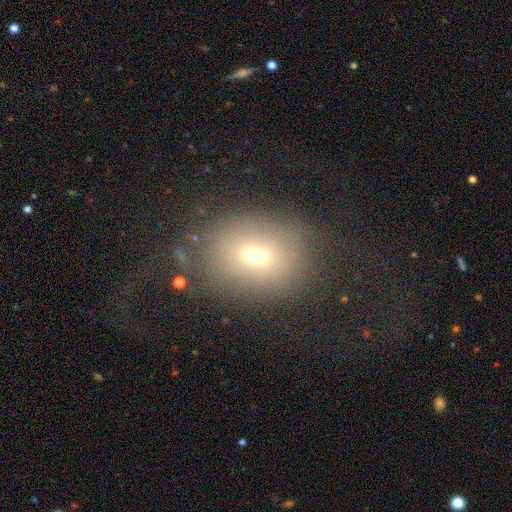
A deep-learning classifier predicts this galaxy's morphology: This is likely a smooth galaxy (63%). How rounded: possibly in between (52%). Merging: possibly none (57%).